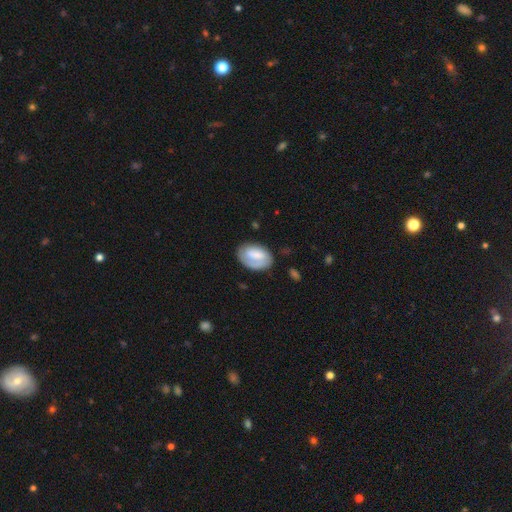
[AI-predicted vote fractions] Smooth or featured?
  - smooth: 60% *
  - featured or disk: 33%
  - star or artifact: 6%
How rounded?
  - in between: 89% *
  - round: 9%
  - cigar-shaped: 2%
Merging?
  - none: 64% *
  - minor disturbance: 24%
  - major disturbance: 10%
  - merger: 3%